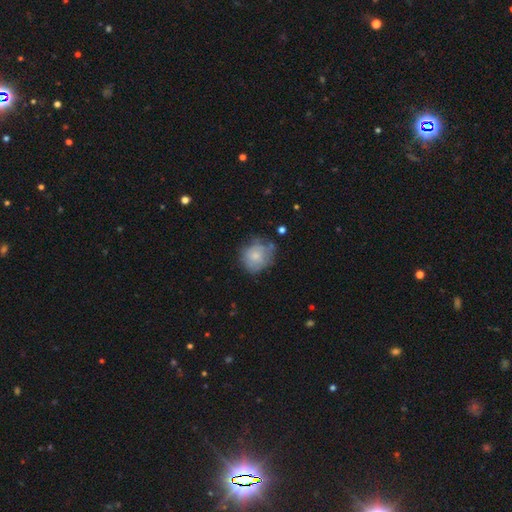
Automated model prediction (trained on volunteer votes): Smooth or featured?
  - smooth: 65% *
  - featured or disk: 27%
  - star or artifact: 8%
How rounded?
  - round: 78% *
  - in between: 22%
  - cigar-shaped: 1%
Merging?
  - none: 55% *
  - minor disturbance: 29%
  - major disturbance: 12%
  - merger: 4%